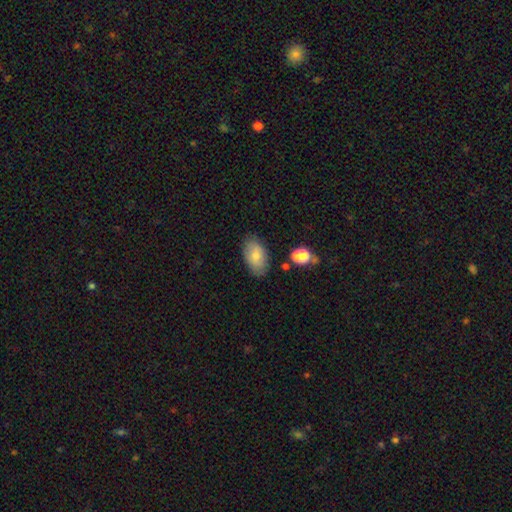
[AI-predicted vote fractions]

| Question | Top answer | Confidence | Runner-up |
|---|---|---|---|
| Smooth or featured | smooth | 75% | featured or disk (17%) |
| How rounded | in between | 93% | round (6%) |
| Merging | none | 78% | minor disturbance (15%) |